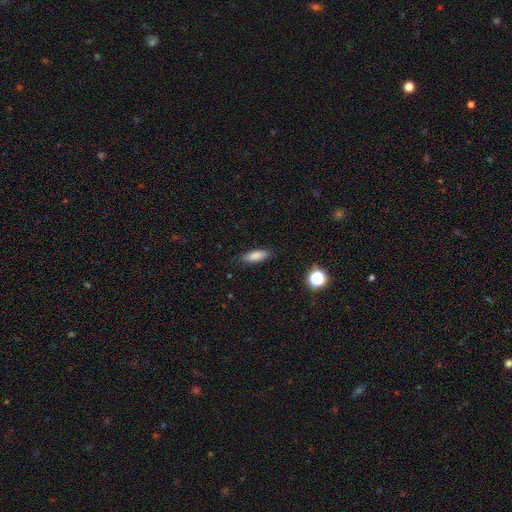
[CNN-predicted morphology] Smooth or featured? smooth (85%)
How rounded? in between (65%)
Merging? none (86%)